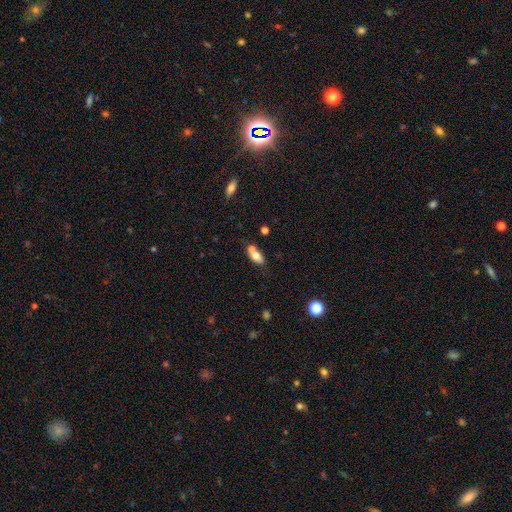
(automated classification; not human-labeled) Smooth or featured? Predicted: smooth (p=0.72). How rounded? Predicted: in between (p=0.82). Merging? Predicted: merger (p=0.44).